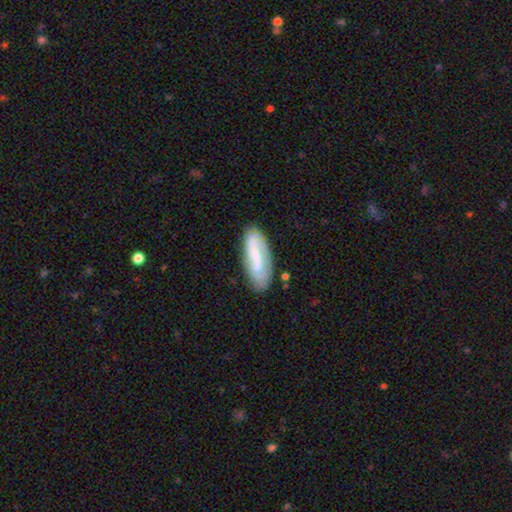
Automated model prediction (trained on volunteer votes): Morphology: type=smooth (48%); merging=none (76%).